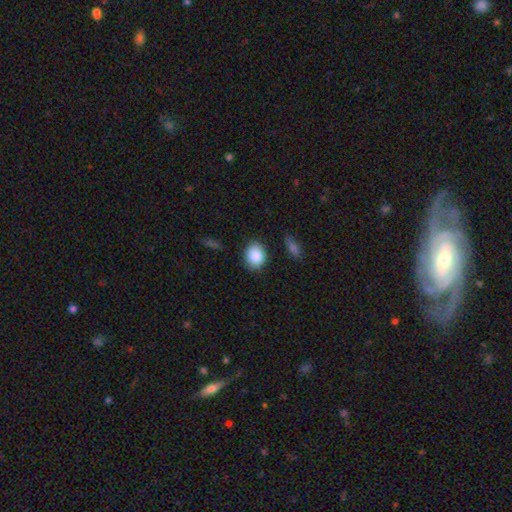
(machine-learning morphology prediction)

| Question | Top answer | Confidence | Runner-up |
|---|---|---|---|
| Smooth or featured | smooth | 87% | star or artifact (8%) |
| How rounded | round | 55% | in between (44%) |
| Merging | none | 82% | minor disturbance (13%) |